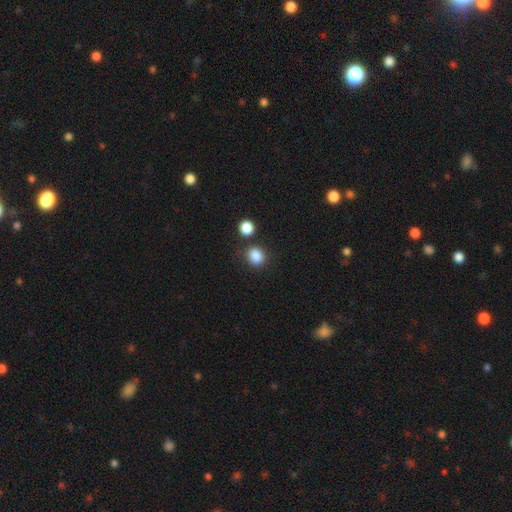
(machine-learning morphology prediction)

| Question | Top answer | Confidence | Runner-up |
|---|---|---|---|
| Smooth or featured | smooth | 86% | star or artifact (10%) |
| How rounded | round | 64% | in between (35%) |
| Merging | none | 75% | minor disturbance (11%) |